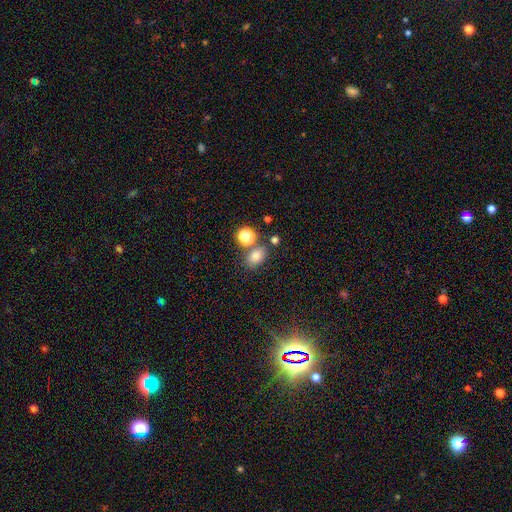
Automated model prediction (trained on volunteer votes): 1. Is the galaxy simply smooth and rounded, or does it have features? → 77% smooth, 15% star or artifact, 9% featured or disk.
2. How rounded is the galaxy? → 67% in between, 32% round, 1% cigar-shaped.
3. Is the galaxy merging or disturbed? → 69% none, 15% merger, 12% minor disturbance, 4% major disturbance.